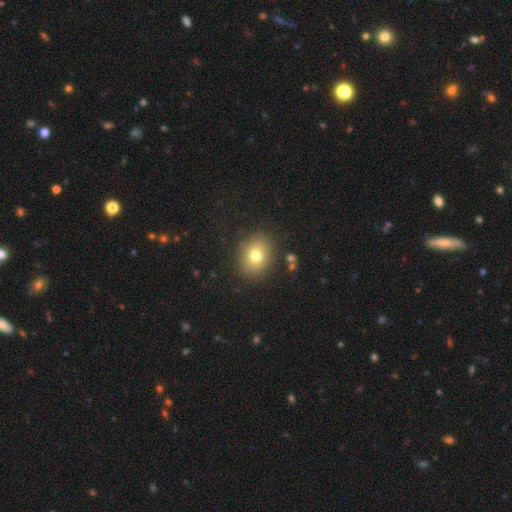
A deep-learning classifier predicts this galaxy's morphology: smooth-or-featured: smooth: 76% | star or artifact: 13% | featured or disk: 12%
  how-rounded: round: 59% | in between: 40% | cigar-shaped: 1%
  merging: none: 87% | minor disturbance: 8% | major disturbance: 3% | merger: 2%